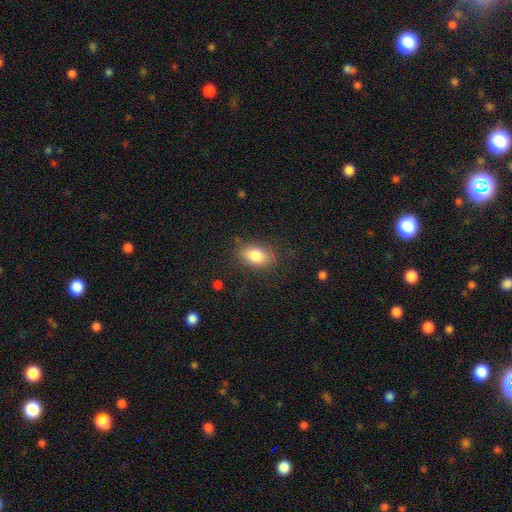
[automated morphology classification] type=smooth (82%); roundness=in between (83%); merging=none (78%).